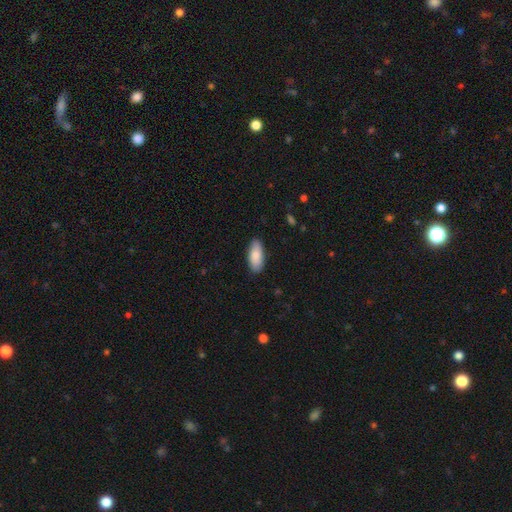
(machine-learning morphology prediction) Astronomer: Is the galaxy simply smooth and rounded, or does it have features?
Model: smooth — 84%.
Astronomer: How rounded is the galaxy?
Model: in between — 86%.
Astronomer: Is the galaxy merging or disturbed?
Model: none — 87%.